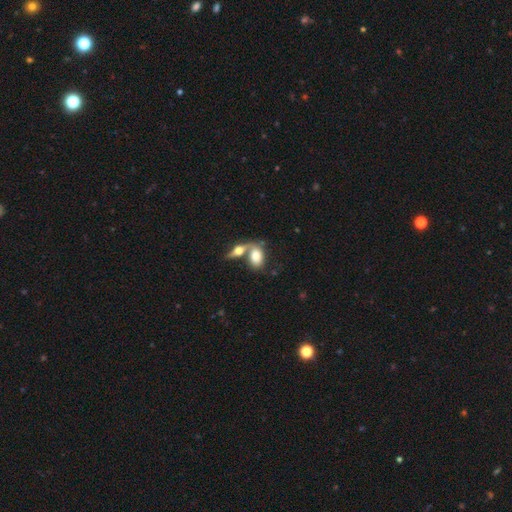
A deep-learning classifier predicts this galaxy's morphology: smooth_or_featured: smooth (p=0.70) [alt: featured or disk p=0.23]
how_rounded: in between (p=0.86) [alt: round p=0.09]
merging: merger (p=0.54) [alt: none p=0.33]